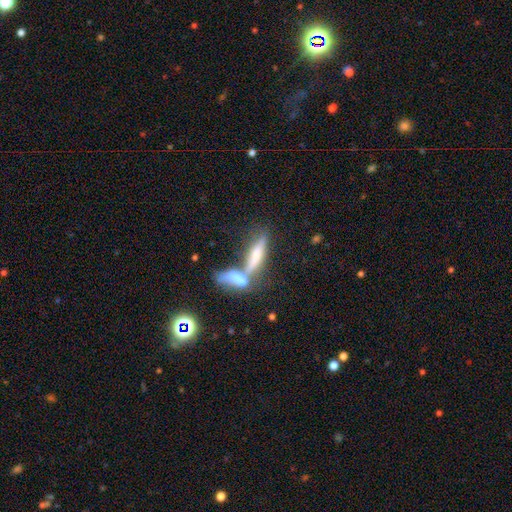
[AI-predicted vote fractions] Q: Smooth or featured?
A: smooth (52%); runner-up: featured or disk (40%)
Q: How rounded?
A: cigar-shaped (68%); runner-up: in between (28%)
Q: Merging?
A: merger (59%); runner-up: none (26%)